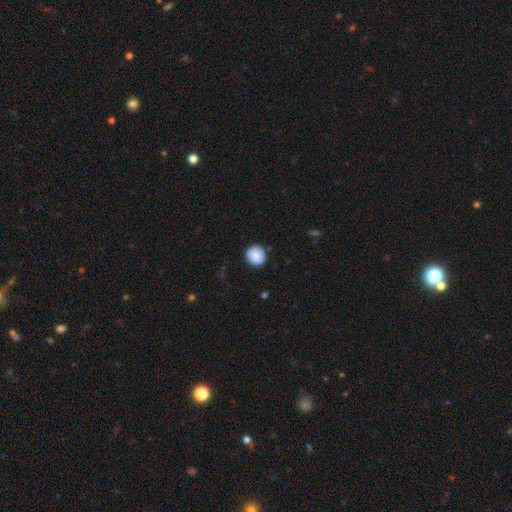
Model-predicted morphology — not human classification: Smooth or featured? Predicted: smooth (p=0.87). How rounded? Predicted: round (p=0.92). Merging? Predicted: none (p=0.87).